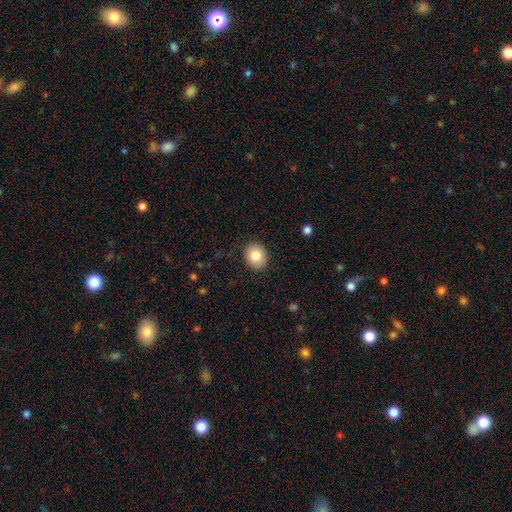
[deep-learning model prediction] The model was most divided on "how rounded": round: 57%, in between: 42%, cigar-shaped: 1%. More confident: merging — none (88%); smooth or featured — smooth (83%).